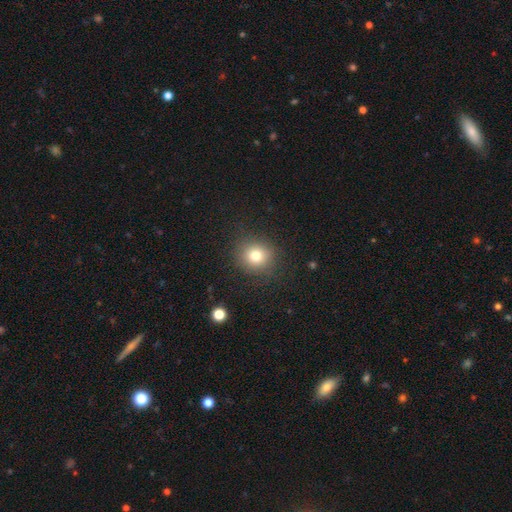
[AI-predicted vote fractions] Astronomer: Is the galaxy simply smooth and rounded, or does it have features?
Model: smooth — 78%.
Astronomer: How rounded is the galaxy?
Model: round — 88%.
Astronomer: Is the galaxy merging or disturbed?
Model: none — 86%.